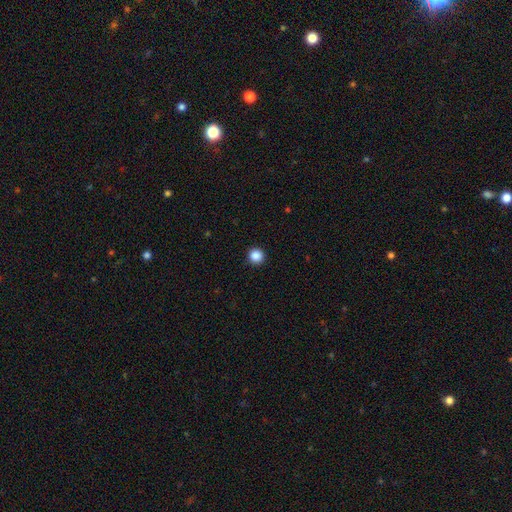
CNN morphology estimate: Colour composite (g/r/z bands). It shows a smooth galaxy with no disk features (88%) that is round (95%). Merging: none (93%).